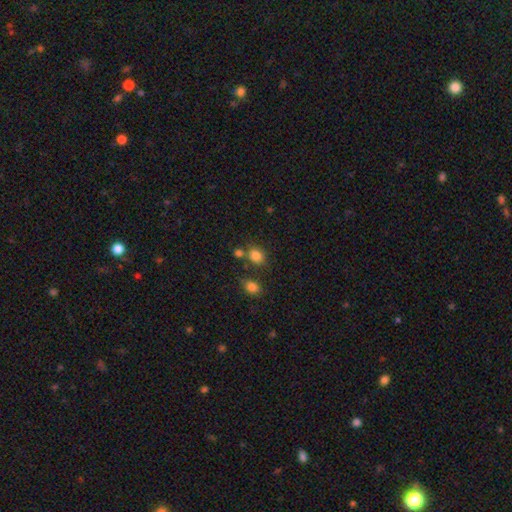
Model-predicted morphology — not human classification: Smooth or featured: smooth — 82% (star or artifact — 12%)
How rounded: round — 59% (in between — 40%)
Merging: none — 67% (merger — 17%)